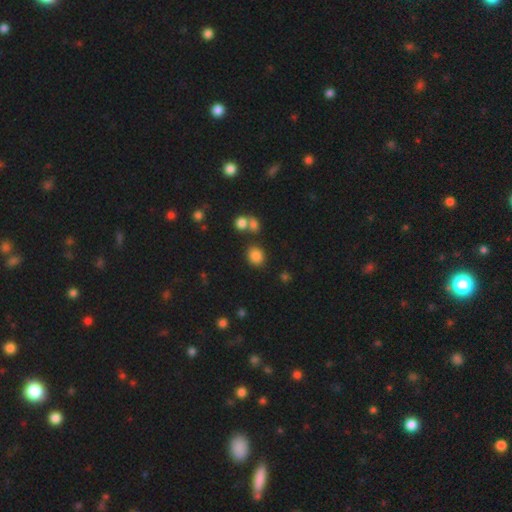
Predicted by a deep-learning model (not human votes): Smooth or featured?
  - smooth: 83% *
  - star or artifact: 12%
  - featured or disk: 5%
How rounded?
  - round: 67% *
  - in between: 32%
  - cigar-shaped: 1%
Merging?
  - none: 77% *
  - merger: 10%
  - minor disturbance: 9%
  - major disturbance: 4%